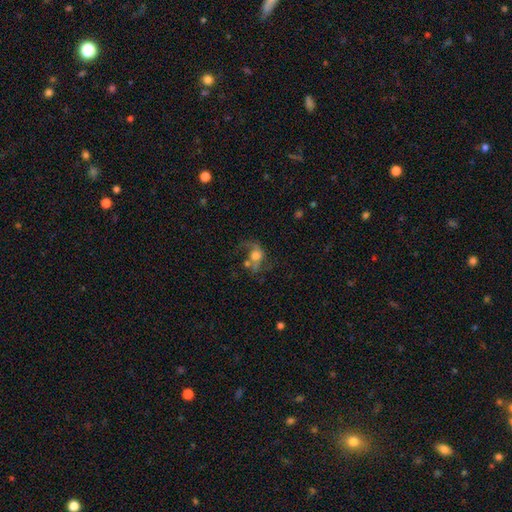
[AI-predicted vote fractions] Morphology: type=featured or disk (50%); merging=none (33%).